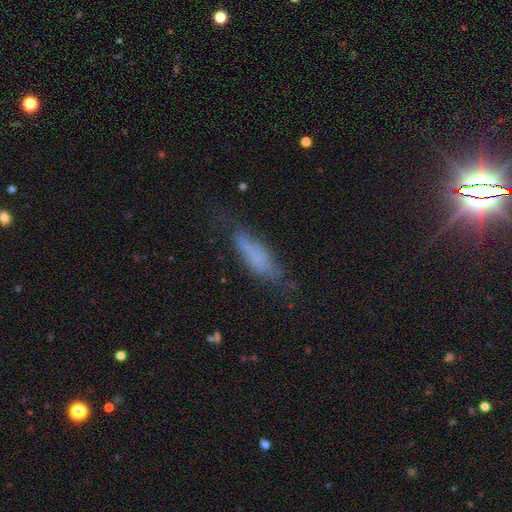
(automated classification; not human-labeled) Smooth or featured? Predicted: smooth (p=0.64). How rounded? Predicted: cigar-shaped (p=0.57). Merging? Predicted: none (p=0.53).